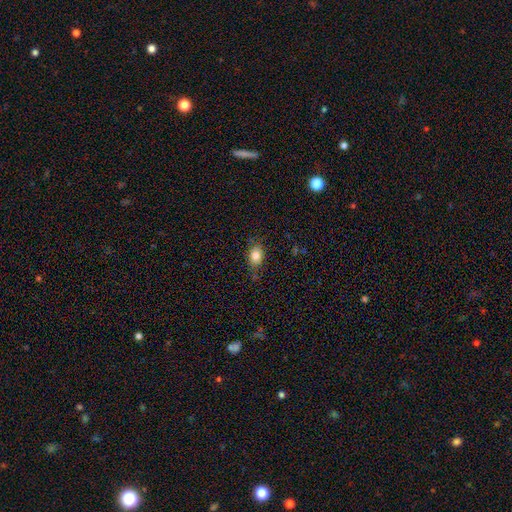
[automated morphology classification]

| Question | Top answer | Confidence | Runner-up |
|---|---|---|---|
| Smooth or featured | smooth | 84% | star or artifact (9%) |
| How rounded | in between | 72% | round (26%) |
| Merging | none | 76% | minor disturbance (18%) |